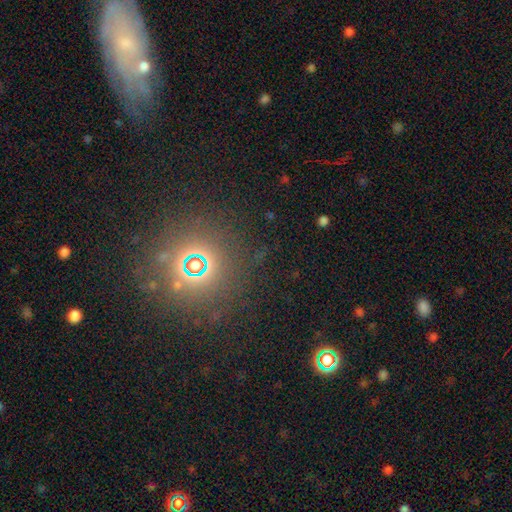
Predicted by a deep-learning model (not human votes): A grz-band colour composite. It shows a star or artifact, not a galaxy (70%).